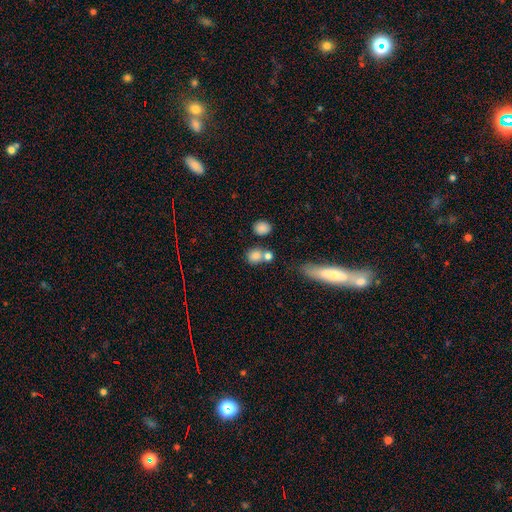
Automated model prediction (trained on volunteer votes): This appears to be a smooth galaxy with no disk features (80%) that is round (71%). Merging: none (50%).